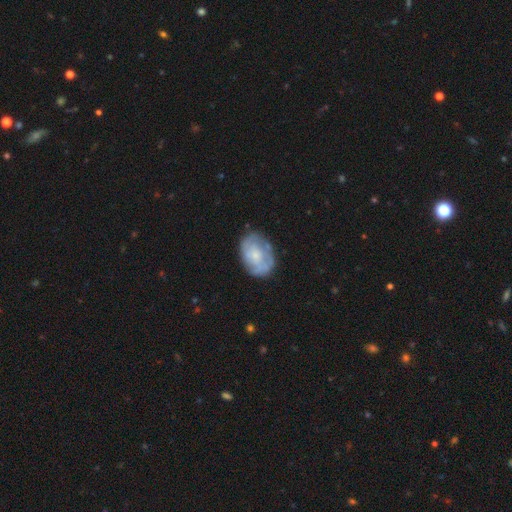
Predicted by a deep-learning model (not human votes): Smooth or featured? Predicted: featured or disk (p=0.59). Edge-on disk? Predicted: no (p=0.97). Bar? Predicted: no (p=0.79). Spiral arms? Predicted: yes (p=0.64). Bulge size? Predicted: small (p=0.60). Merging? Predicted: none (p=0.70).